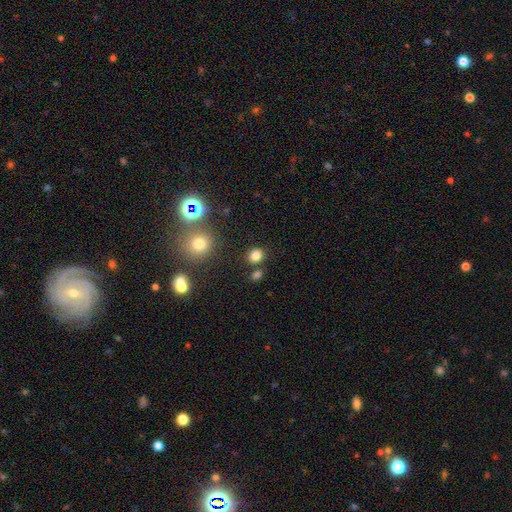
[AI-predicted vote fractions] smooth 80%, star or artifact 15%, featured or disk 5%. Down the decision tree: how rounded — round (72%); merging — none (80%).